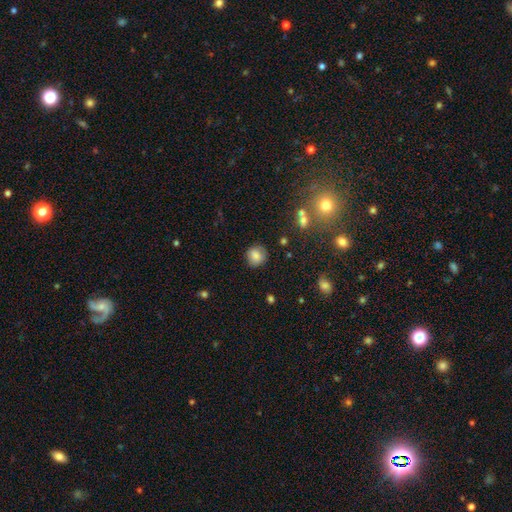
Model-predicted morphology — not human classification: Smooth or featured: smooth — 80% (featured or disk — 10%)
How rounded: round — 83% (in between — 16%)
Merging: none — 80% (minor disturbance — 14%)